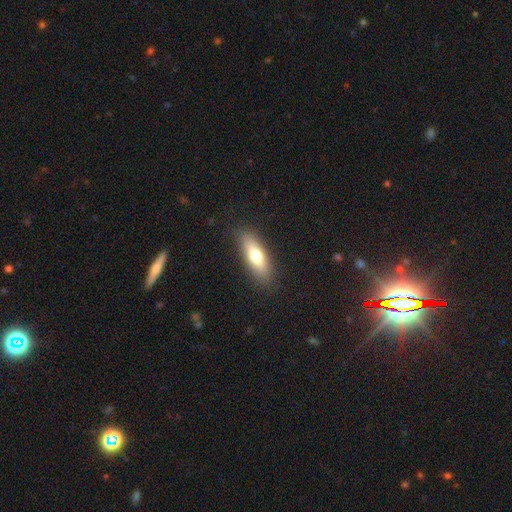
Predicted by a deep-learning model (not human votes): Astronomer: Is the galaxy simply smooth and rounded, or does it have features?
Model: smooth — 71%.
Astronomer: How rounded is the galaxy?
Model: in between — 52% (runner-up: cigar-shaped, 45%).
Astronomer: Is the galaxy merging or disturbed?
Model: none — 87%.